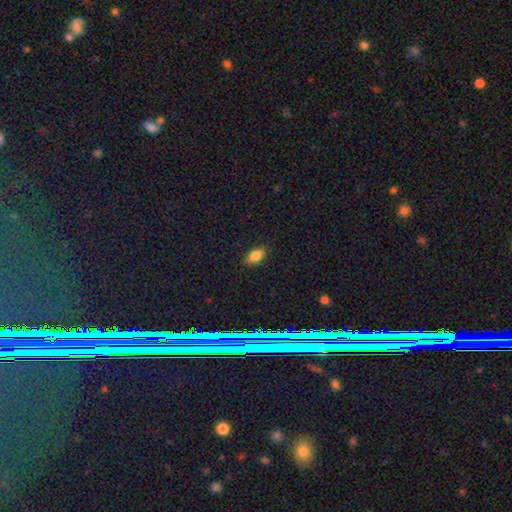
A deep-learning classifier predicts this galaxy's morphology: smooth-or-featured: smooth: 83% | star or artifact: 11% | featured or disk: 6%
  how-rounded: in between: 89% | round: 8% | cigar-shaped: 3%
  merging: none: 87% | minor disturbance: 9% | major disturbance: 2% | merger: 1%